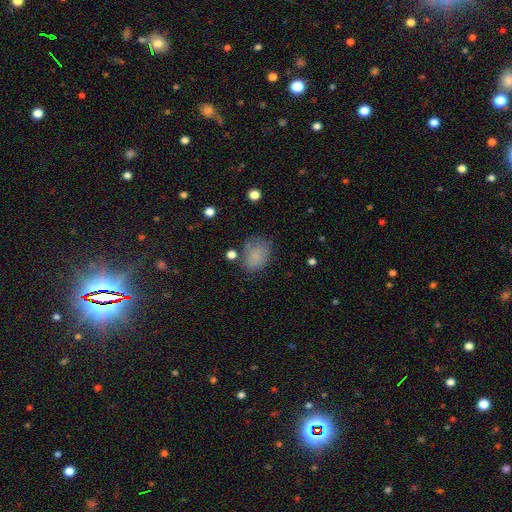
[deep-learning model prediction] A smooth galaxy with no disk features (79%) that is in between round and cigar-shaped (64%).

Vote fractions:
- Smooth or featured? smooth: 79% / star or artifact: 11% / featured or disk: 10%
- How rounded? in between: 64% / round: 35% / cigar-shaped: 1%
- Merging? none: 64% / minor disturbance: 23% / major disturbance: 9% / merger: 5%